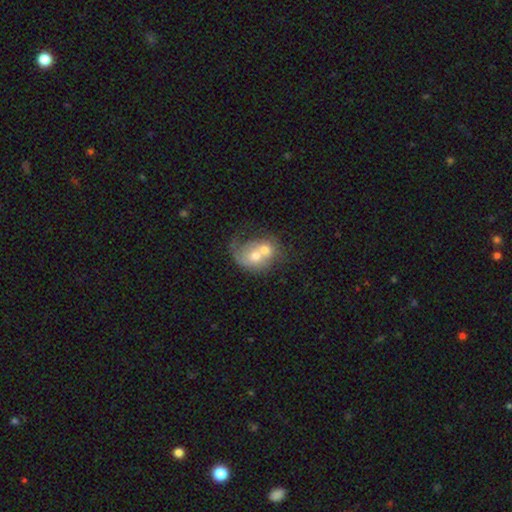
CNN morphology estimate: A featured or disk galaxy (51%). Merging: merger (73%).